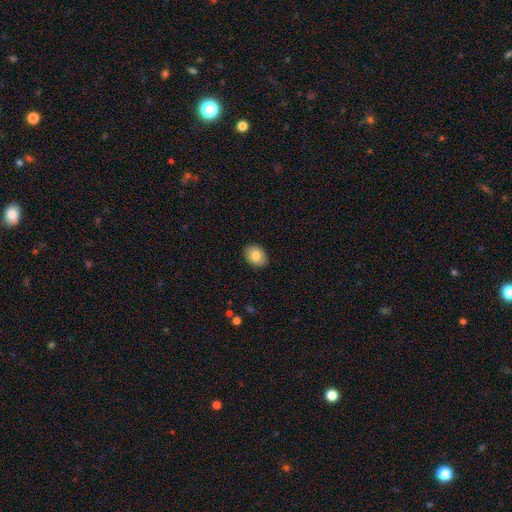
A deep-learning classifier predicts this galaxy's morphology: Smooth or featured? smooth (84%)
How rounded? in between (71%)
Merging? none (89%)